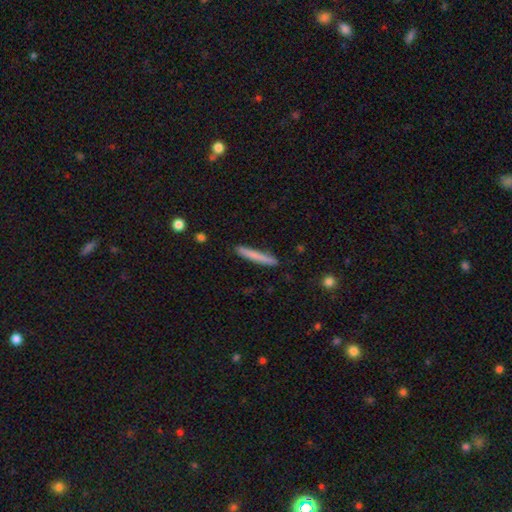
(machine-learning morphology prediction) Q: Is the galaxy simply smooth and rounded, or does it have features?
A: smooth — 74%.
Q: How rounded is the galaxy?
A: cigar-shaped — 96%.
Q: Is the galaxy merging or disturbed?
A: none — 89%.